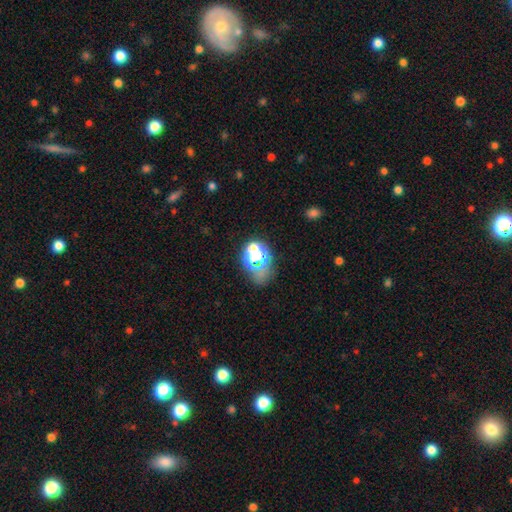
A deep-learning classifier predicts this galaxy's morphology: Smooth or featured?
  - smooth: 49% *
  - star or artifact: 31%
  - featured or disk: 20%
Merging?
  - none: 52% *
  - minor disturbance: 20%
  - major disturbance: 18%
  - merger: 10%